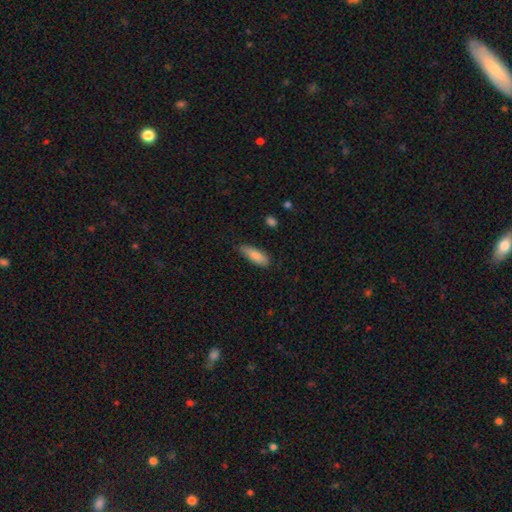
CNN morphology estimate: Q: Smooth or featured?
A: smooth (85%); runner-up: featured or disk (9%)
Q: How rounded?
A: in between (64%); runner-up: cigar-shaped (34%)
Q: Merging?
A: none (73%); runner-up: minor disturbance (22%)